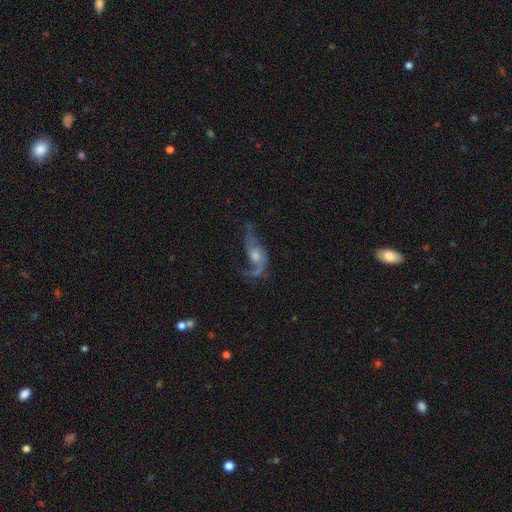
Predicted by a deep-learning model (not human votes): Morphology: type=featured or disk (79%); edge-on=no (90%); bar=no (64%); spiral arms=yes (90%); winding=loose (75%); arm count=2 (80%); bulge=moderate (52%); merging=none (50%).